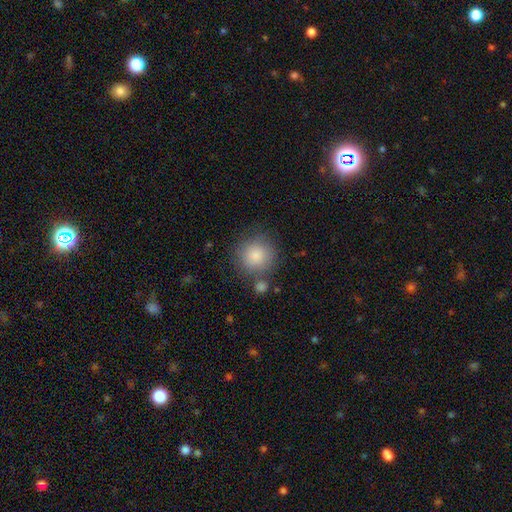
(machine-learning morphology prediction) A smooth galaxy with no disk features (83%) that is round (93%).

Vote fractions:
- Smooth or featured? smooth: 83% / star or artifact: 9% / featured or disk: 8%
- How rounded? round: 93% / in between: 6% / cigar-shaped: 1%
- Merging? none: 74% / minor disturbance: 12% / merger: 9% / major disturbance: 5%